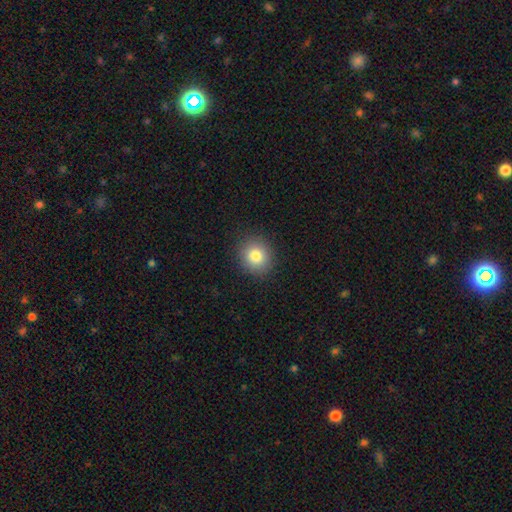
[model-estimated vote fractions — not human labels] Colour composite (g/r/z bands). It shows a smooth galaxy with no disk features (82%) that is round (82%). Merging: none (89%).